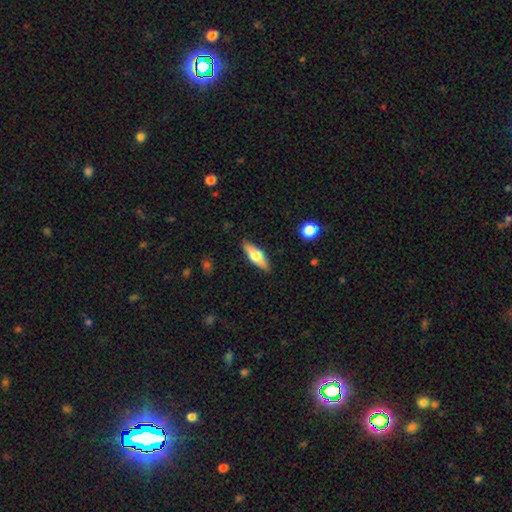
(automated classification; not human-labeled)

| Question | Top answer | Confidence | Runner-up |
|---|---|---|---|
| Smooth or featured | smooth | 51% | featured or disk (43%) |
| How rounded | in between | 51% | cigar-shaped (47%) |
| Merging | none | 88% | minor disturbance (9%) |